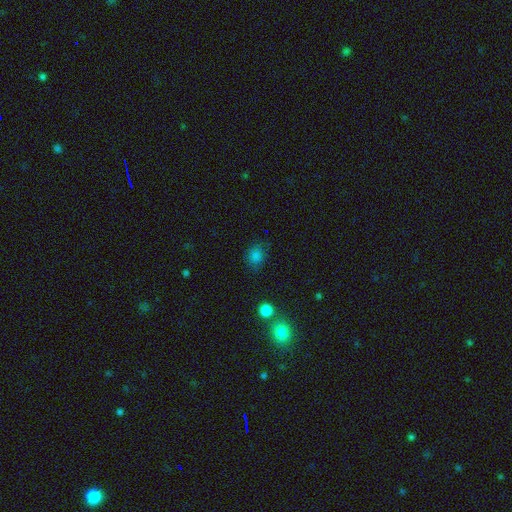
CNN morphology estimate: Smooth or featured?
  - smooth: 80% *
  - star or artifact: 15%
  - featured or disk: 4%
How rounded?
  - round: 67% *
  - in between: 32%
  - cigar-shaped: 1%
Merging?
  - none: 80% *
  - minor disturbance: 14%
  - major disturbance: 4%
  - merger: 2%